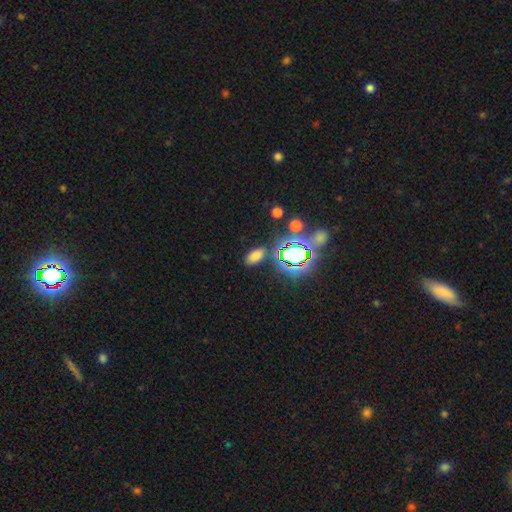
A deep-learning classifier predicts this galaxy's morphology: Q: Smooth or featured?
A: smooth (68%); runner-up: star or artifact (25%)
Q: How rounded?
A: in between (90%); runner-up: round (7%)
Q: Merging?
A: none (82%); runner-up: minor disturbance (10%)